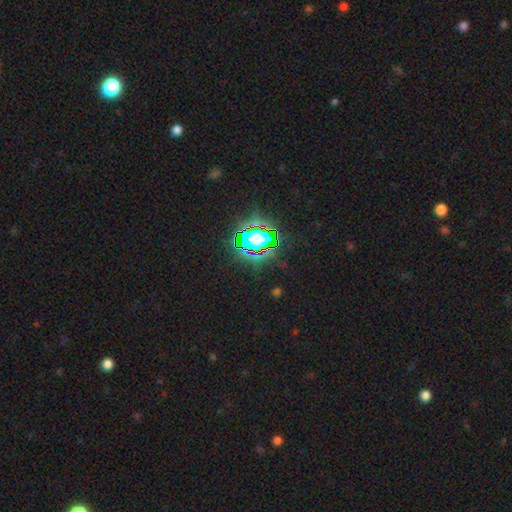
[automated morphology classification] A star or artifact, not a galaxy (73%).

Vote fractions:
- Smooth or featured? star or artifact: 73% / smooth: 17% / featured or disk: 10%